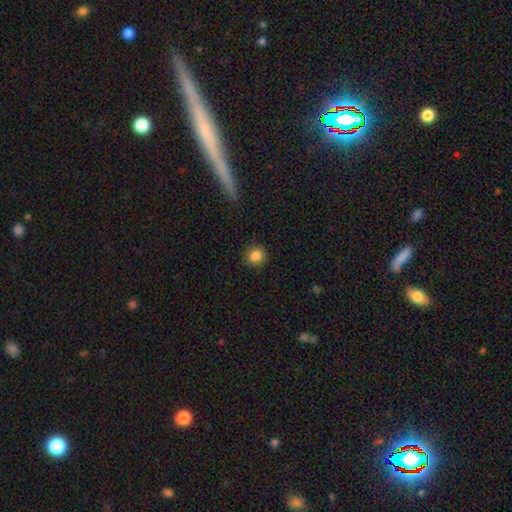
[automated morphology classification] Smooth or featured? smooth (85%)
How rounded? round (91%)
Merging? none (90%)